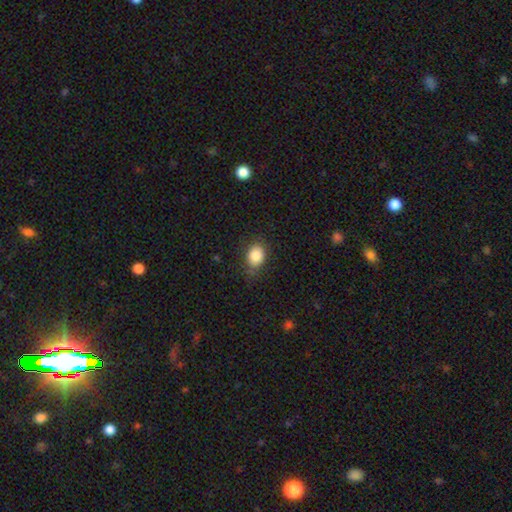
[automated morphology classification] smooth 85%, star or artifact 9%, featured or disk 6%. Down the decision tree: how rounded — in between (59%); merging — none (75%).